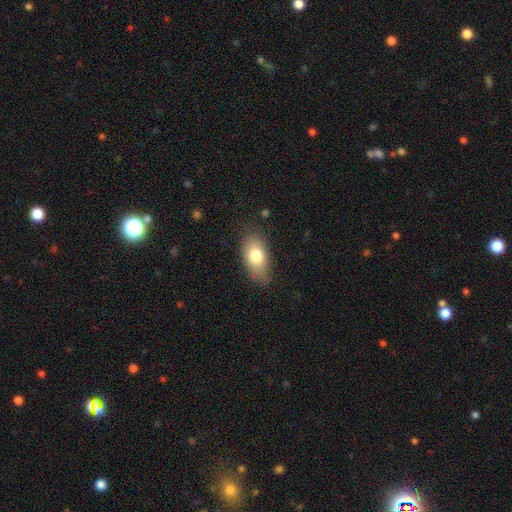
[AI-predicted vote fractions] smooth-or-featured: smooth: 77% | featured or disk: 15% | star or artifact: 8%
  how-rounded: in between: 89% | round: 7% | cigar-shaped: 4%
  merging: none: 73% | minor disturbance: 20% | major disturbance: 5% | merger: 1%